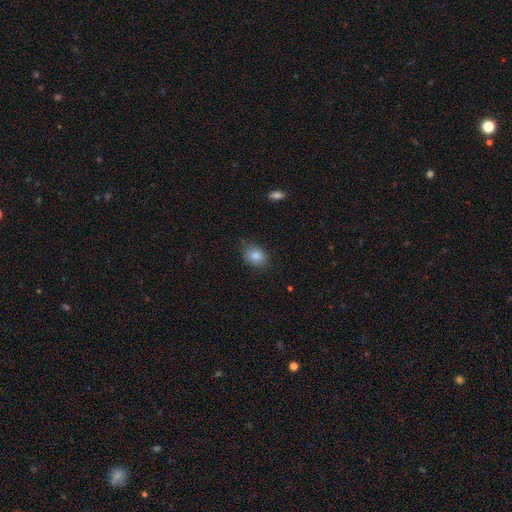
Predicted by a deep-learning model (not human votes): A smooth galaxy with no disk features (83%) that is in between round and cigar-shaped (70%).

Vote fractions:
- Smooth or featured? smooth: 83% / star or artifact: 9% / featured or disk: 8%
- How rounded? in between: 70% / round: 29% / cigar-shaped: 1%
- Merging? none: 79% / minor disturbance: 16% / major disturbance: 3% / merger: 1%